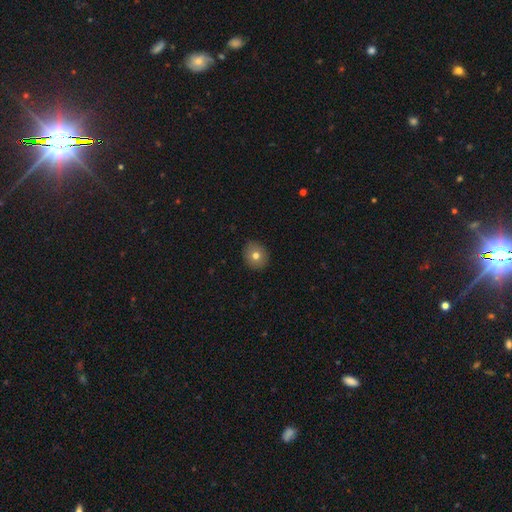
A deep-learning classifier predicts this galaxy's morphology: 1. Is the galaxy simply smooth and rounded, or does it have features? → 74% smooth, 15% featured or disk, 11% star or artifact.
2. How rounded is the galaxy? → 77% round, 22% in between, 1% cigar-shaped.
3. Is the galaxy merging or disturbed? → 89% none, 8% minor disturbance, 2% major disturbance, 1% merger.